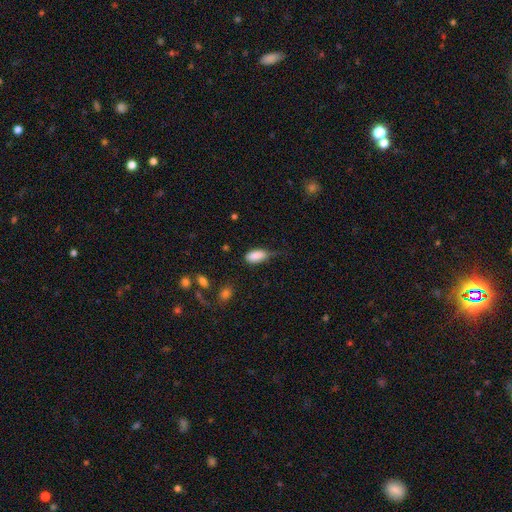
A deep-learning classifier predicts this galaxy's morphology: Q: Smooth or featured?
A: smooth (87%); runner-up: star or artifact (7%)
Q: How rounded?
A: in between (90%); runner-up: cigar-shaped (8%)
Q: Merging?
A: none (44%); runner-up: minor disturbance (40%)